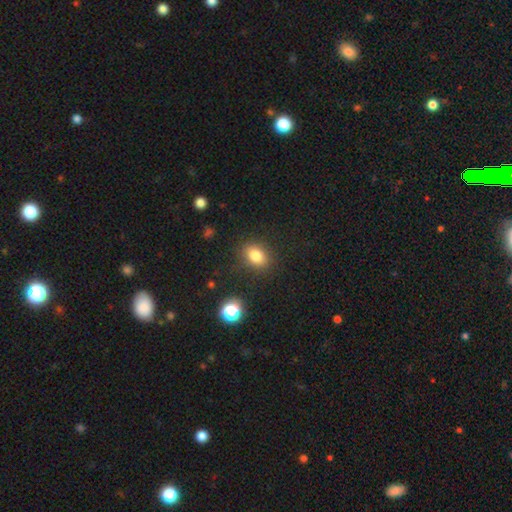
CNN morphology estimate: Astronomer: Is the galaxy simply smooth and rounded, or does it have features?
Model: smooth — 82%.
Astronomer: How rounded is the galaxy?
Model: in between — 73%.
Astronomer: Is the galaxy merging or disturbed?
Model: none — 85%.